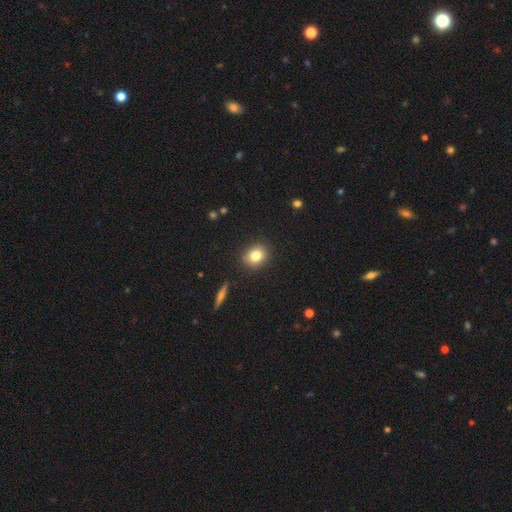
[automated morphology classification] The model was most divided on "how rounded": round: 60%, in between: 39%, cigar-shaped: 1%. More confident: merging — none (88%); smooth or featured — smooth (81%).